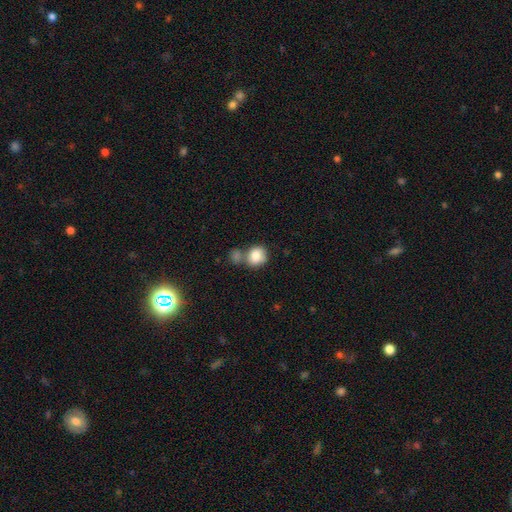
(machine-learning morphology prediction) A smooth galaxy with no disk features (83%) that is round (70%).

Vote fractions:
- Smooth or featured? smooth: 83% / featured or disk: 9% / star or artifact: 8%
- How rounded? round: 70% / in between: 29% / cigar-shaped: 1%
- Merging? none: 45% / merger: 37% / minor disturbance: 13% / major disturbance: 5%